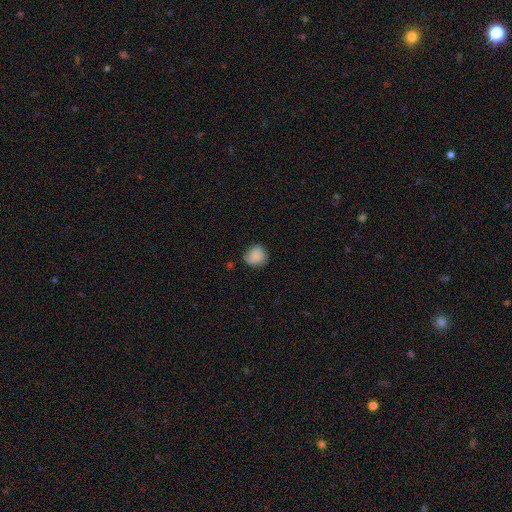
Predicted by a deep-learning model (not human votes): smooth_or_featured: smooth (p=0.84) [alt: star or artifact p=0.08]
how_rounded: round (p=0.80) [alt: in between p=0.19]
merging: none (p=0.59) [alt: minor disturbance p=0.31]